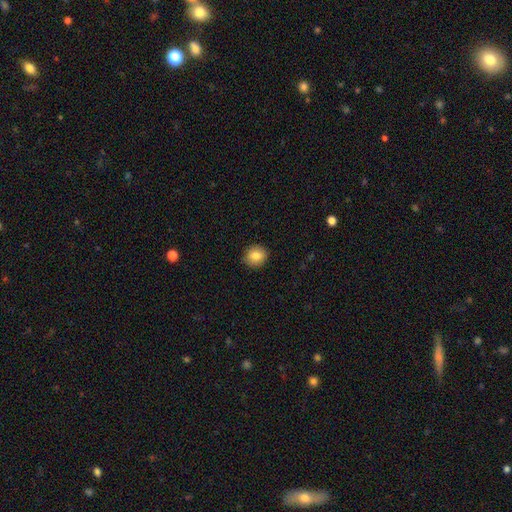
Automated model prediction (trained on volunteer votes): The model was most divided on "how rounded": round: 81%, in between: 18%, cigar-shaped: 1%. More confident: merging — none (89%); smooth or featured — smooth (83%).